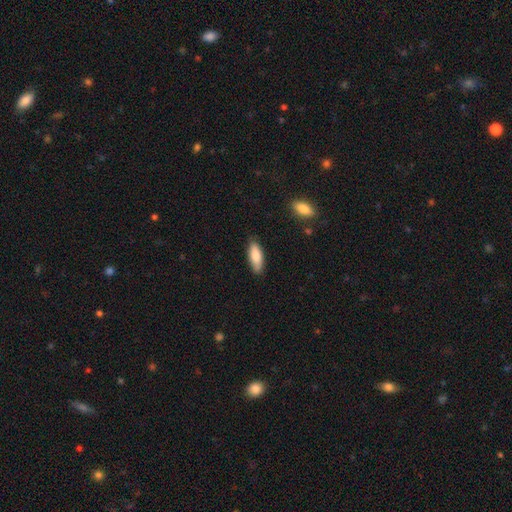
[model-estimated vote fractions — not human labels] Smooth or featured? Predicted: smooth (p=0.83). How rounded? Predicted: in between (p=0.67). Merging? Predicted: none (p=0.83).